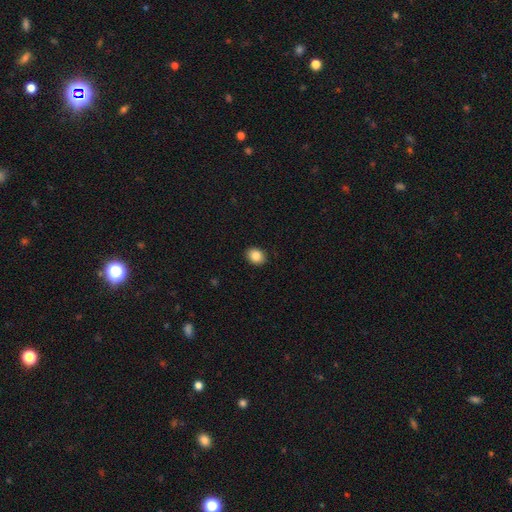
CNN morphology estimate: A smooth galaxy with no disk features (86%) that is in between round and cigar-shaped (57%).

Vote fractions:
- Smooth or featured? smooth: 86% / star or artifact: 9% / featured or disk: 5%
- How rounded? in between: 57% / round: 42% / cigar-shaped: 1%
- Merging? none: 91% / minor disturbance: 6% / major disturbance: 2% / merger: 1%